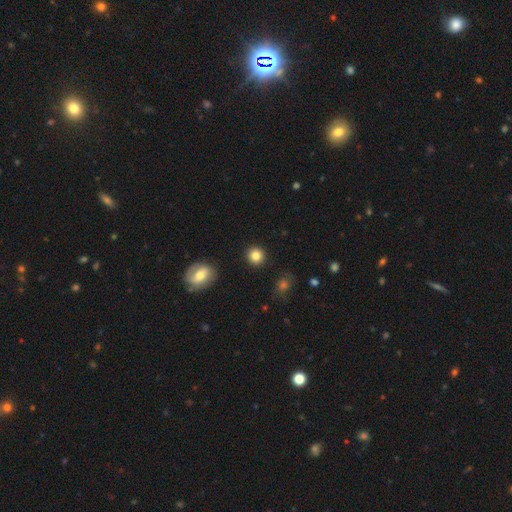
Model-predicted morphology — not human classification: Smooth or featured? smooth (84%)
How rounded? round (92%)
Merging? none (91%)